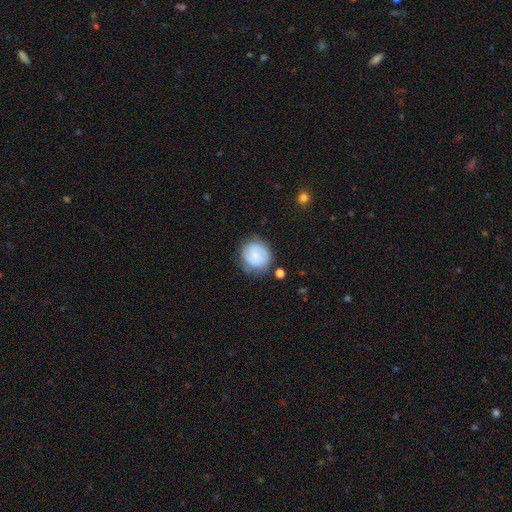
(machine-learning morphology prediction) smooth_or_featured: smooth (p=0.53) [alt: featured or disk p=0.40]
how_rounded: round (p=0.79) [alt: in between p=0.20]
merging: none (p=0.70) [alt: minor disturbance p=0.20]